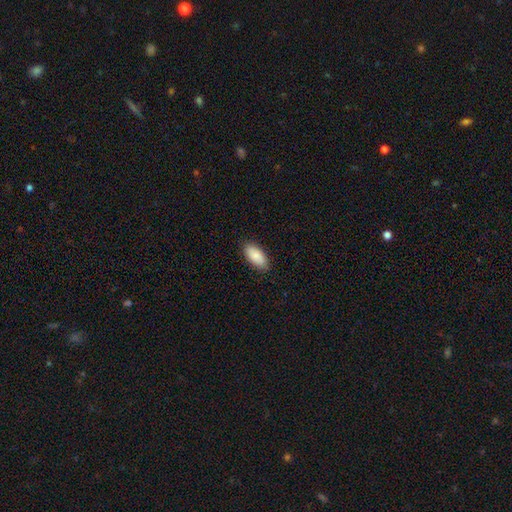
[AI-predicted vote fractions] The model was most divided on "merging": none: 87%, minor disturbance: 10%, major disturbance: 2%, merger: 1%. More confident: how rounded — in between (92%); smooth or featured — smooth (89%).